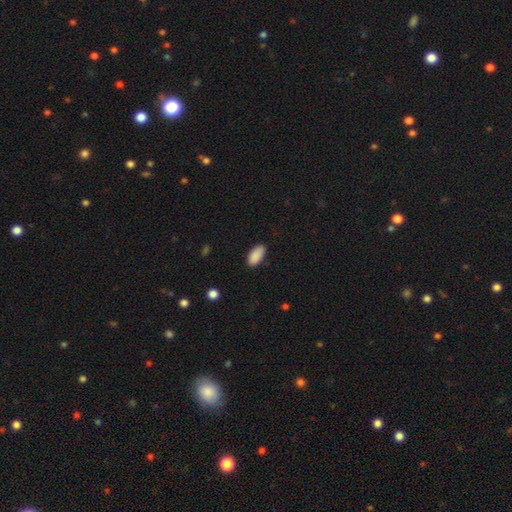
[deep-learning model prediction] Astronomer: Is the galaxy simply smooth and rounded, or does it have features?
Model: smooth — 90%.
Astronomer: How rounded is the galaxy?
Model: in between — 94%.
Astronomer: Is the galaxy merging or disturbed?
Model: none — 85%.